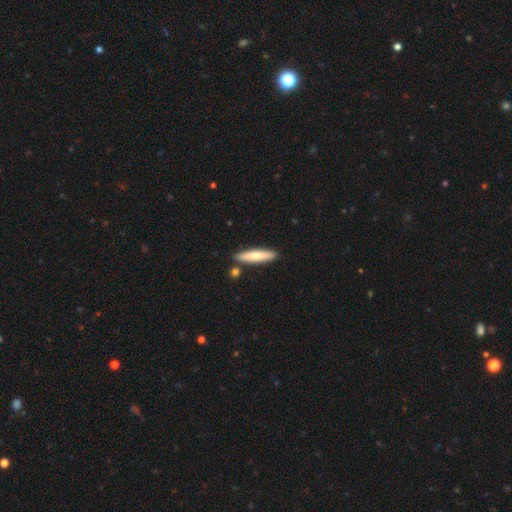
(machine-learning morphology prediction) Smooth or featured?
  - smooth: 71% *
  - featured or disk: 23%
  - star or artifact: 5%
How rounded?
  - cigar-shaped: 84% *
  - in between: 14%
  - round: 1%
Merging?
  - none: 85% *
  - minor disturbance: 9%
  - merger: 5%
  - major disturbance: 2%